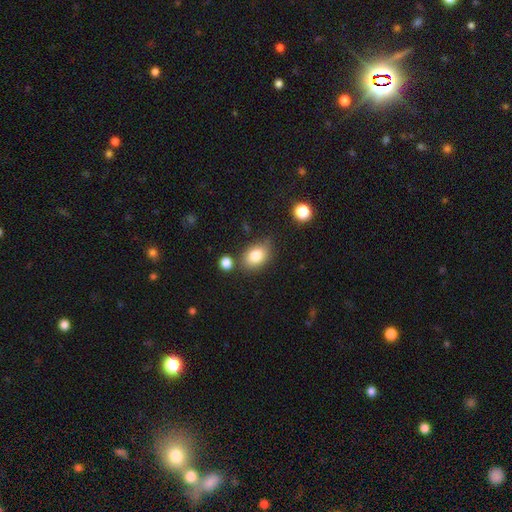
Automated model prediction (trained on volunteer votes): Morphology: type=smooth (82%); roundness=in between (75%); merging=none (70%).